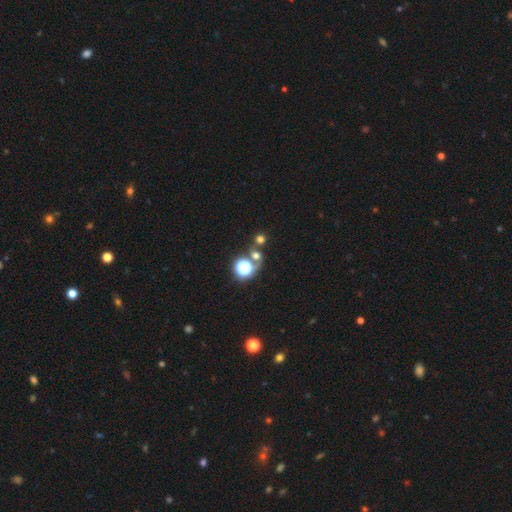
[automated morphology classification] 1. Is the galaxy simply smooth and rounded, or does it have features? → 56% smooth, 34% star or artifact, 9% featured or disk.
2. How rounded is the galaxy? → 85% round, 14% in between, 1% cigar-shaped.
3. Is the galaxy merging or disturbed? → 59% none, 28% merger, 8% minor disturbance, 5% major disturbance.